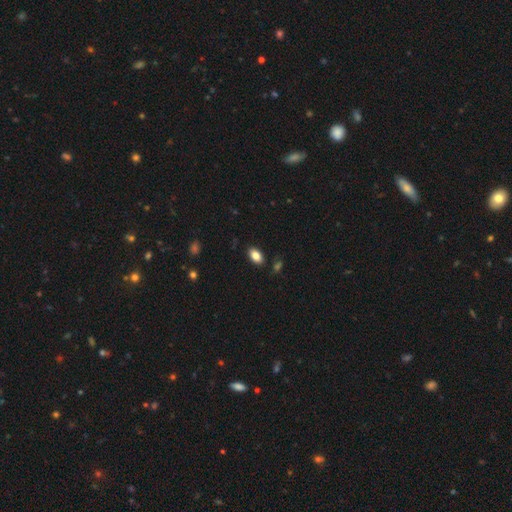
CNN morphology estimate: smooth 84%, star or artifact 8%, featured or disk 7%. Down the decision tree: how rounded — in between (92%); merging — none (86%).